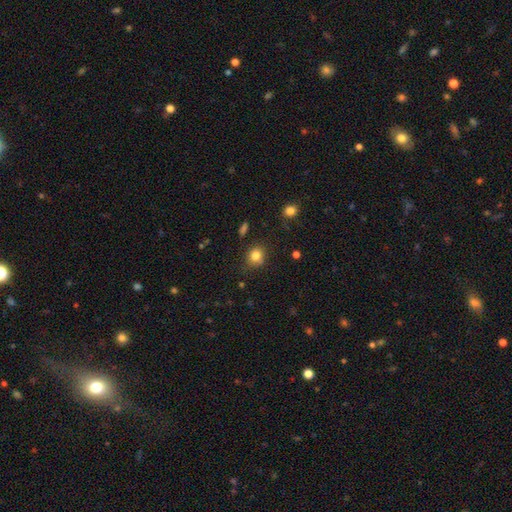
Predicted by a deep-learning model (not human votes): Smooth or featured? Predicted: smooth (p=0.82). How rounded? Predicted: round (p=0.75). Merging? Predicted: none (p=0.78).